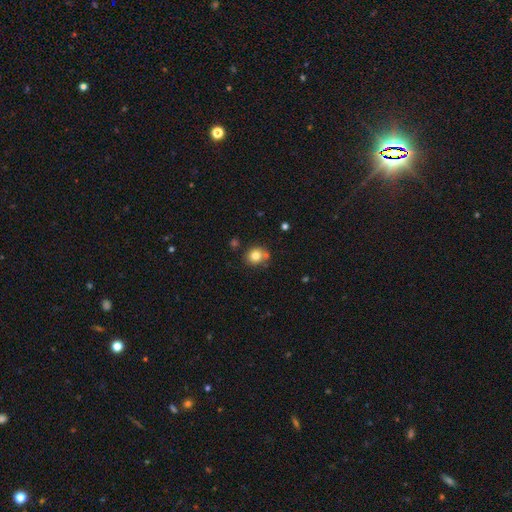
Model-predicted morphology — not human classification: smooth-or-featured: smooth: 80% | star or artifact: 11% | featured or disk: 9%
  how-rounded: round: 82% | in between: 17% | cigar-shaped: 1%
  merging: none: 71% | minor disturbance: 13% | merger: 12% | major disturbance: 3%